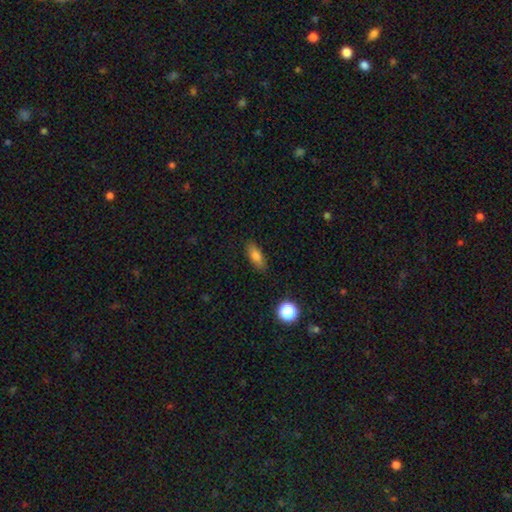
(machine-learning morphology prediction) smooth 79%, featured or disk 11%, star or artifact 10%. Down the decision tree: how rounded — in between (71%); merging — none (86%).